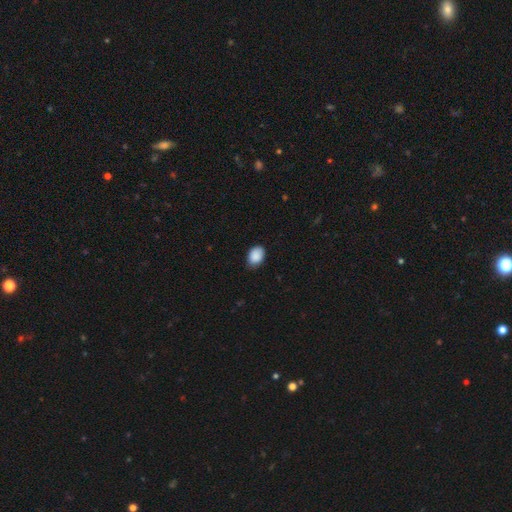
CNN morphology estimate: Q: Smooth or featured?
A: smooth (90%); runner-up: star or artifact (7%)
Q: How rounded?
A: in between (78%); runner-up: round (21%)
Q: Merging?
A: none (78%); runner-up: minor disturbance (18%)